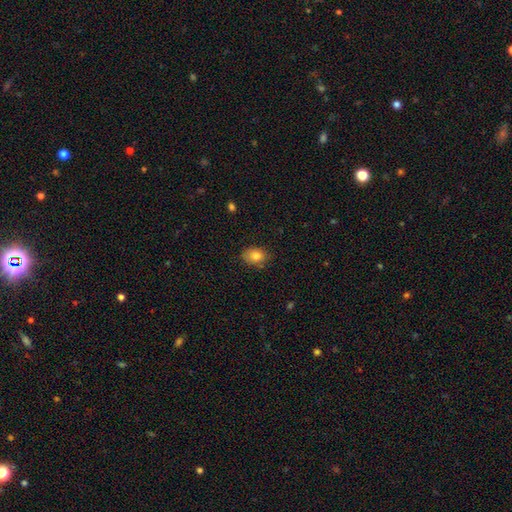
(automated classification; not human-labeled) Q: Smooth or featured?
A: smooth (83%); runner-up: star or artifact (9%)
Q: How rounded?
A: in between (70%); runner-up: round (29%)
Q: Merging?
A: none (78%); runner-up: minor disturbance (17%)